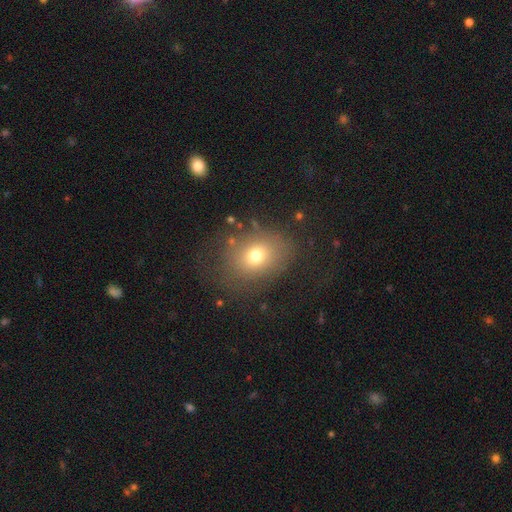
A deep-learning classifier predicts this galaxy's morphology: A smooth galaxy with no disk features (70%) that is in between round and cigar-shaped (52%). Merging: none (72%).